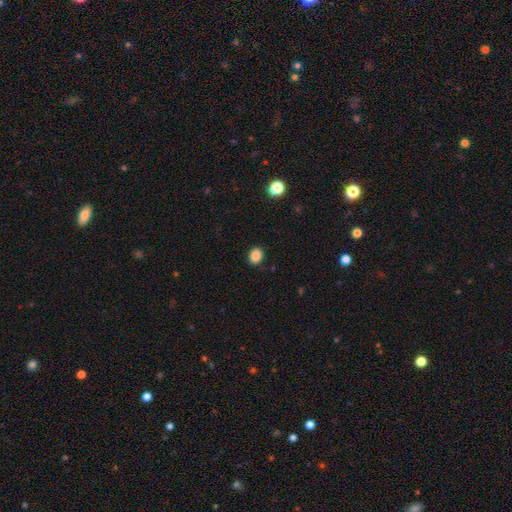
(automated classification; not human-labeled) Q: Smooth or featured?
A: smooth (87%); runner-up: star or artifact (10%)
Q: How rounded?
A: round (54%); runner-up: in between (45%)
Q: Merging?
A: none (90%); runner-up: minor disturbance (7%)